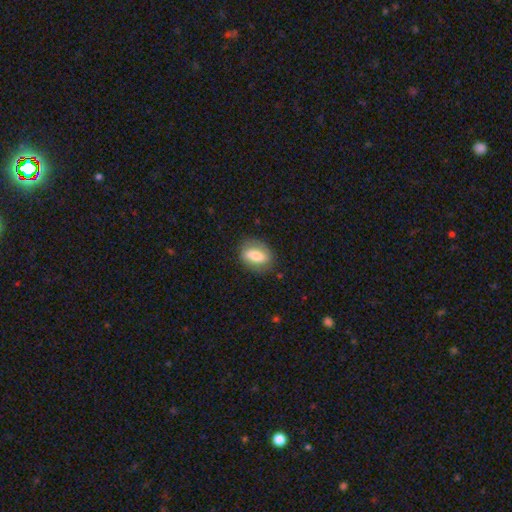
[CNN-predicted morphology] The model was most divided on "smooth or featured": smooth: 61%, featured or disk: 32%, star or artifact: 7%. More confident: how rounded — in between (80%); merging — none (79%).